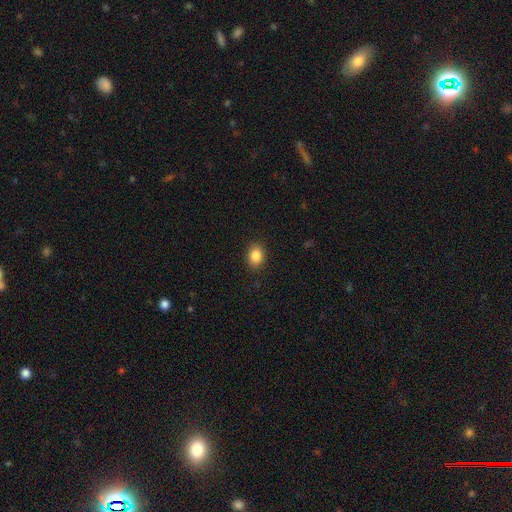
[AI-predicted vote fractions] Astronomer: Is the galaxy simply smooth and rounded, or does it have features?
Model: smooth — 86%.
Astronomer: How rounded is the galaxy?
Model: in between — 66%.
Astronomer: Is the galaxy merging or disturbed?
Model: none — 88%.